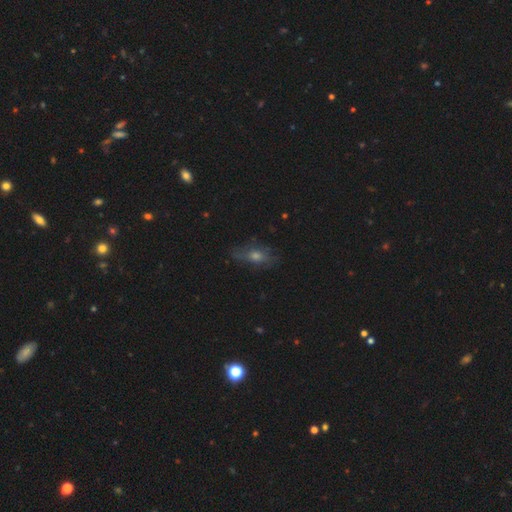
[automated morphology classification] This appears to be a smooth galaxy with no disk features (47%). Merging: none (69%).